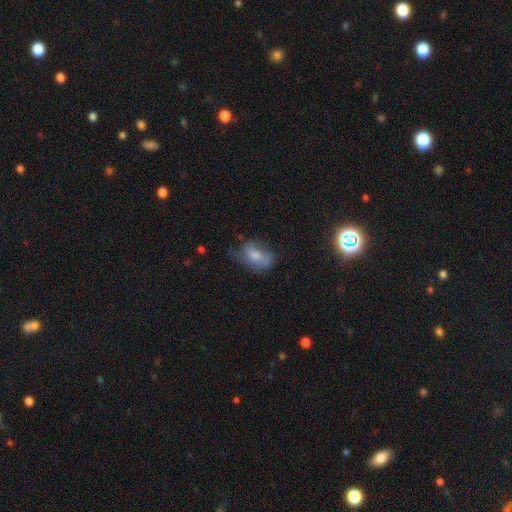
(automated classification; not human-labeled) A smooth galaxy with no disk features (56%) that is in between round and cigar-shaped (80%).

Vote fractions:
- Smooth or featured? smooth: 56% / featured or disk: 35% / star or artifact: 9%
- How rounded? in between: 80% / round: 17% / cigar-shaped: 3%
- Merging? none: 42% / minor disturbance: 31% / major disturbance: 24% / merger: 3%